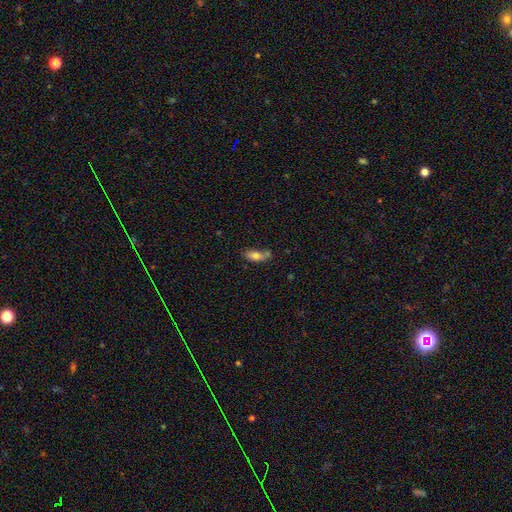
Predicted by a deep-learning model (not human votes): smooth 74%, featured or disk 17%, star or artifact 9%. Down the decision tree: how rounded — in between (79%); merging — none (51%).